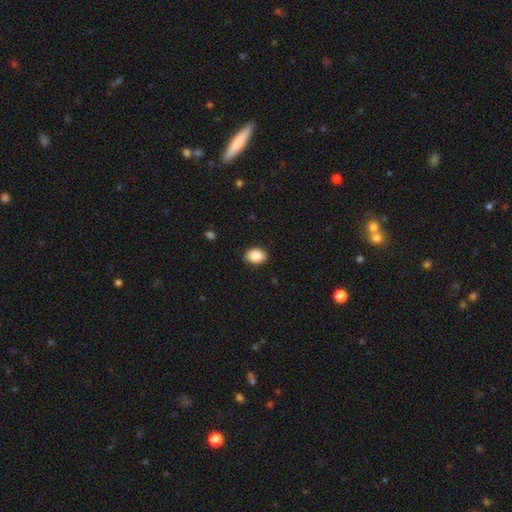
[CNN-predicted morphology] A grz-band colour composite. It shows a smooth galaxy with no disk features (87%) that is in between round and cigar-shaped (70%). Merging: none (90%).